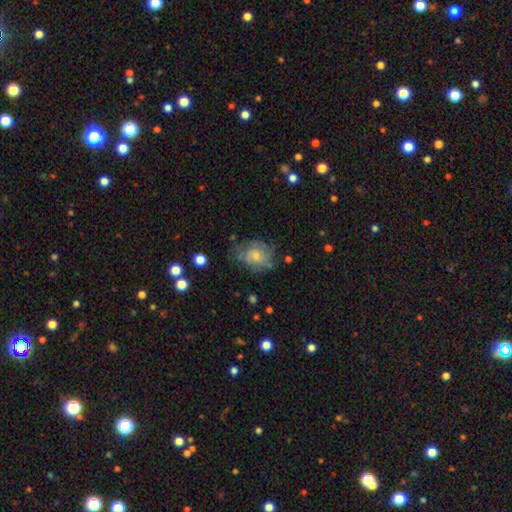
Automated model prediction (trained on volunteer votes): Smooth or featured? Predicted: smooth (p=0.44). Merging? Predicted: none (p=0.61).